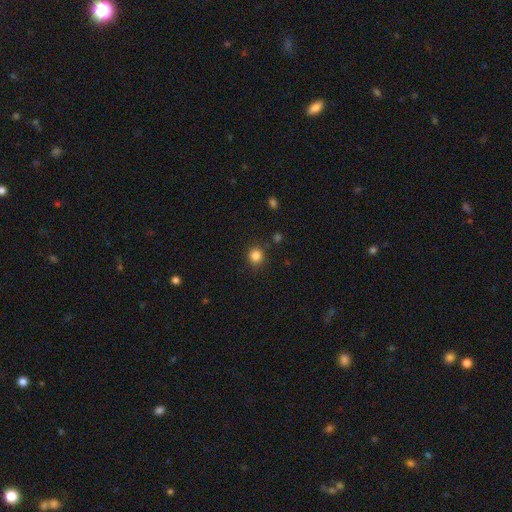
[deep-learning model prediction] Morphology: type=smooth (84%); roundness=round (88%); merging=none (87%).